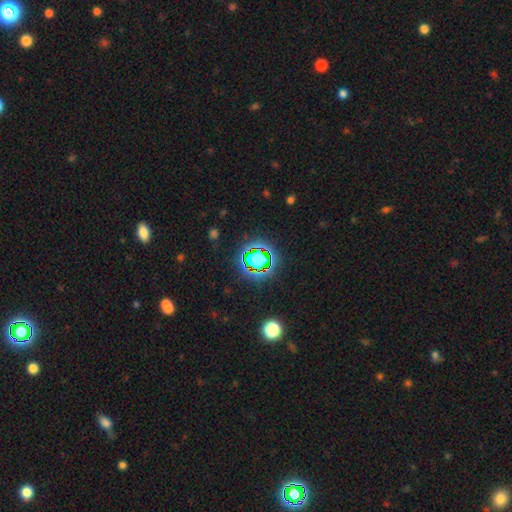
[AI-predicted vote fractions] Q: Smooth or featured?
A: star or artifact (78%); runner-up: smooth (14%)